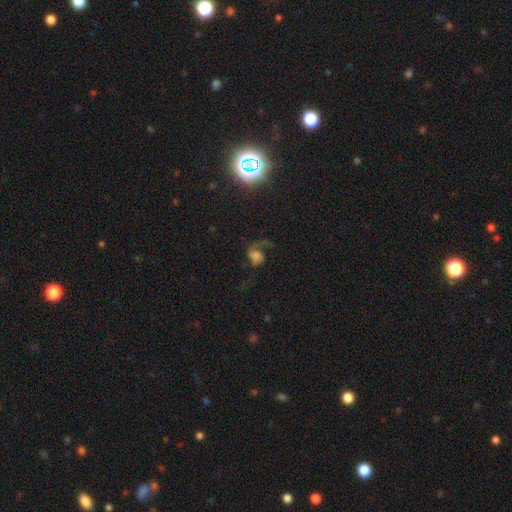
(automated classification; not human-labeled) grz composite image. It shows a featured or disk galaxy (44%). Merging: major disturbance (43%).